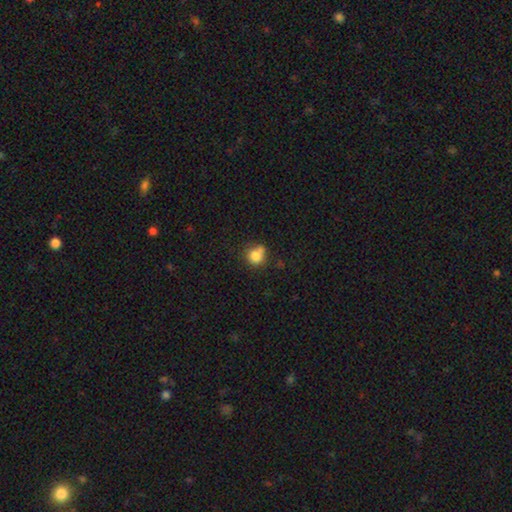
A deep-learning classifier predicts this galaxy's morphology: A smooth galaxy with no disk features (81%) that is round (83%). Merging: none (53%).